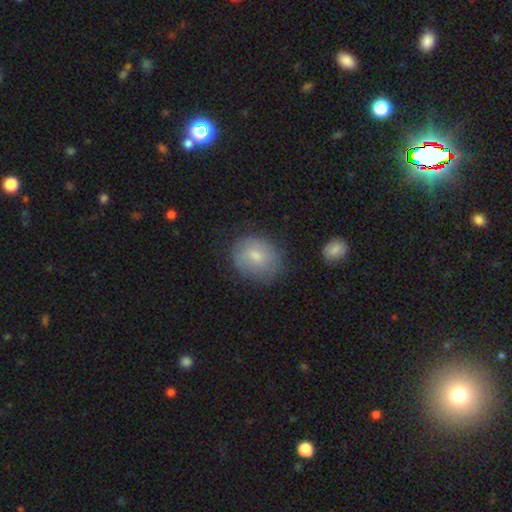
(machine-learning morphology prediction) Smooth or featured? Predicted: smooth (p=0.72). How rounded? Predicted: round (p=0.66). Merging? Predicted: none (p=0.70).